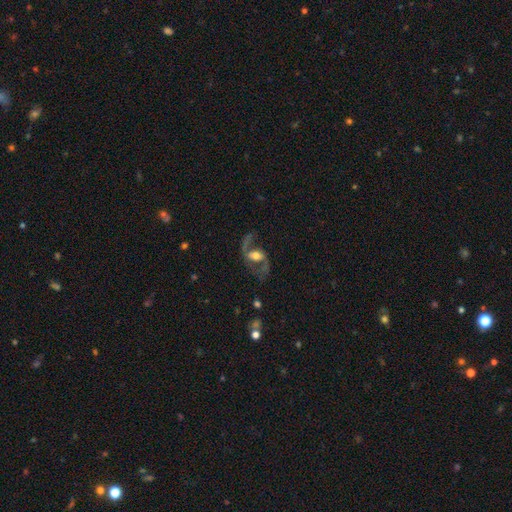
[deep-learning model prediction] A featured or disk galaxy (80%) with a weak bar (39%), 2 (90%) loose (61%) spiral arms (88%) and a moderate central bulge (57%).

Vote fractions:
- Smooth or featured? featured or disk: 80% / smooth: 13% / star or artifact: 7%
- Edge-on disk? no: 95% / yes: 5%
- Bar? weak: 39% / no: 31% / strong: 30%
- Spiral arms? yes: 88% / no: 12%
- Spiral winding? loose: 61% / medium: 32% / tight: 6%
- Spiral arm count? 2: 90% / 1: 5% / can't tell: 3% / 3: 1% / 4: 1% / more than 4: 1%
- Bulge size? moderate: 57% / large: 21% / small: 17% / none: 3% / dominant: 2%
- Merging? none: 60% / major disturbance: 23% / minor disturbance: 14% / merger: 3%